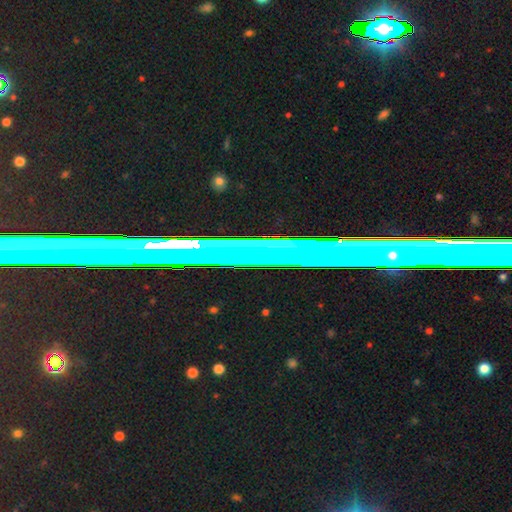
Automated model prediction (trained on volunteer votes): Morphology: type=star or artifact (70%).